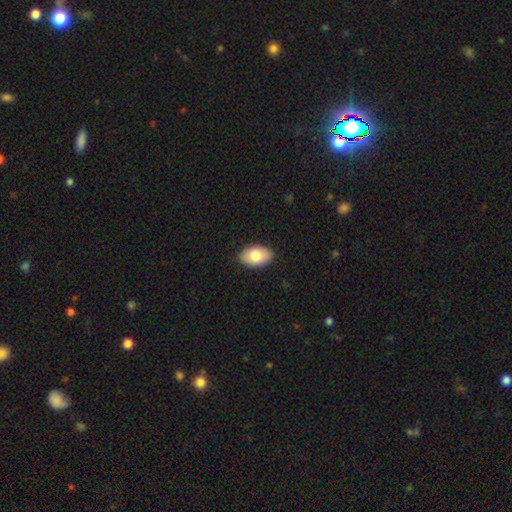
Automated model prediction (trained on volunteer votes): Smooth or featured?
  - smooth: 80% *
  - featured or disk: 13%
  - star or artifact: 6%
How rounded?
  - in between: 92% *
  - round: 6%
  - cigar-shaped: 1%
Merging?
  - none: 89% *
  - minor disturbance: 8%
  - major disturbance: 2%
  - merger: 1%